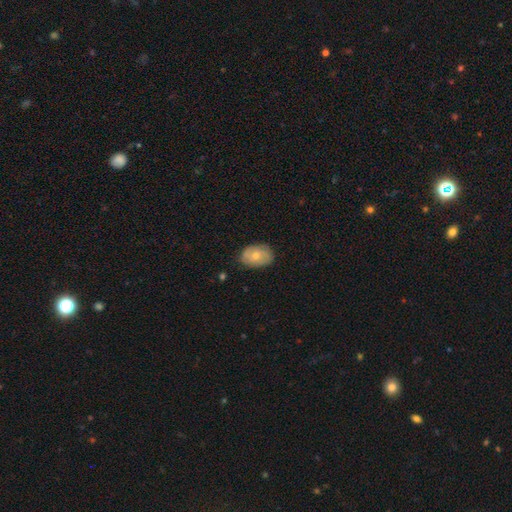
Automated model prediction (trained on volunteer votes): Smooth or featured? Predicted: smooth (p=0.60). How rounded? Predicted: in between (p=0.81). Merging? Predicted: none (p=0.74).